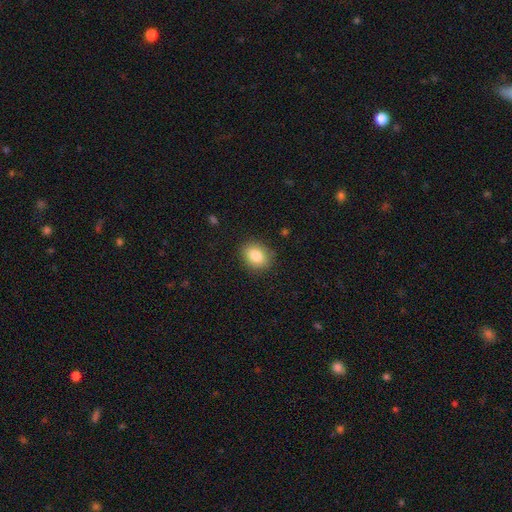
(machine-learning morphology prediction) A smooth galaxy with no disk features (85%) that is in between round and cigar-shaped (54%). Merging: none (86%).